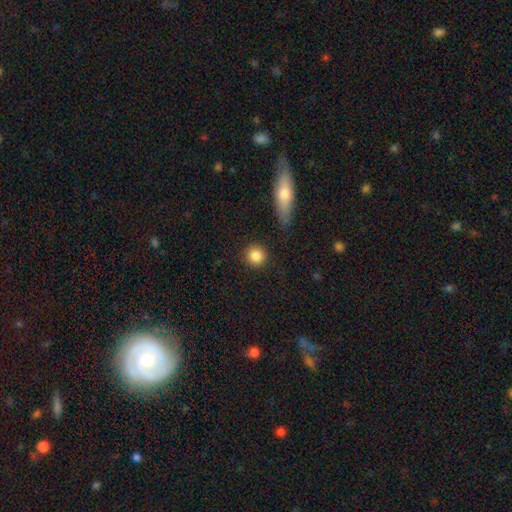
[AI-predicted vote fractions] smooth-or-featured: smooth: 86% | star or artifact: 8% | featured or disk: 5%
  how-rounded: round: 92% | in between: 7% | cigar-shaped: 1%
  merging: none: 89% | minor disturbance: 7% | major disturbance: 2% | merger: 2%